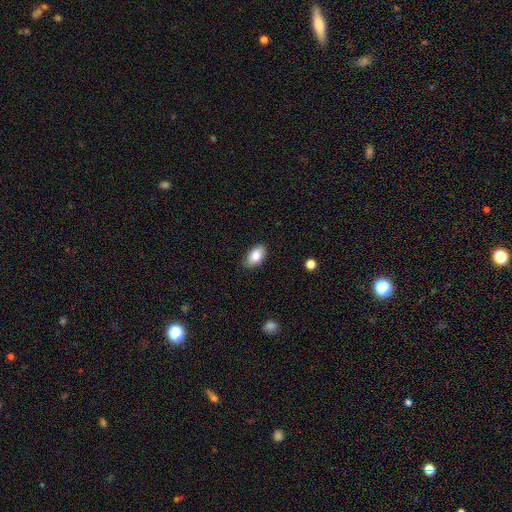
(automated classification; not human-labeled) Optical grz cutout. It shows a smooth galaxy with no disk features (84%) that is in between round and cigar-shaped (92%). Merging: none (84%).